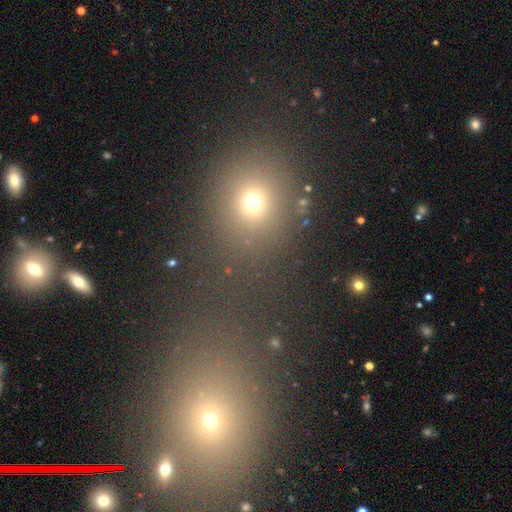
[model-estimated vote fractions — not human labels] Smooth or featured? smooth (61%)
How rounded? round (71%)
Merging? none (67%)